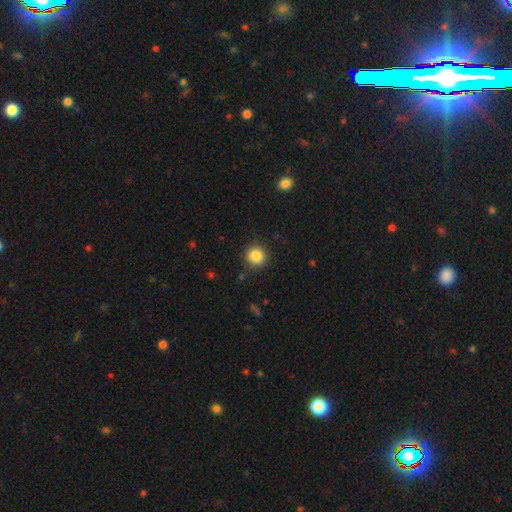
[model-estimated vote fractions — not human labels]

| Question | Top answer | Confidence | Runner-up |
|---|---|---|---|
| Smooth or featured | smooth | 86% | star or artifact (10%) |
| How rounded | round | 94% | in between (5%) |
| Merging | none | 90% | minor disturbance (7%) |